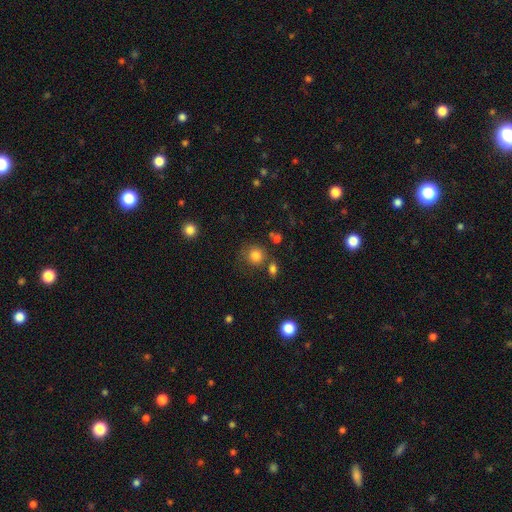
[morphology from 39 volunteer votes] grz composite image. It shows a smooth galaxy with no disk features (82%) that is round (84%). Merging: none (51%).